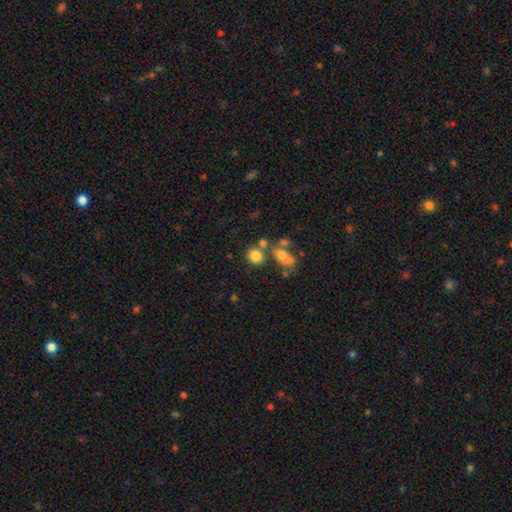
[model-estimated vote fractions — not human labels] Smooth or featured?
  - smooth: 79% *
  - star or artifact: 12%
  - featured or disk: 9%
How rounded?
  - round: 75% *
  - in between: 23%
  - cigar-shaped: 1%
Merging?
  - none: 59% *
  - merger: 24%
  - minor disturbance: 11%
  - major disturbance: 6%